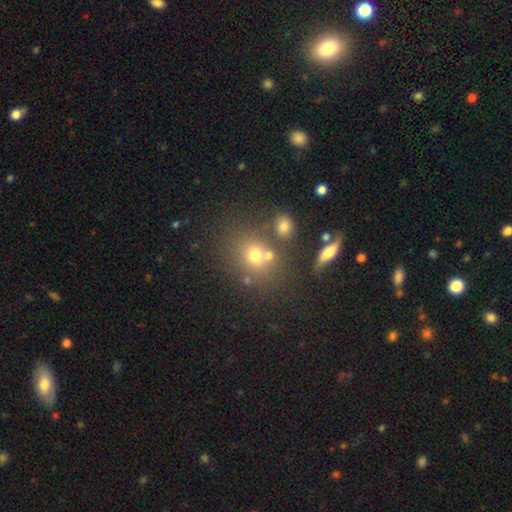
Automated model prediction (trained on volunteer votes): Morphology: type=smooth (68%); roundness=round (69%); merging=none (60%).